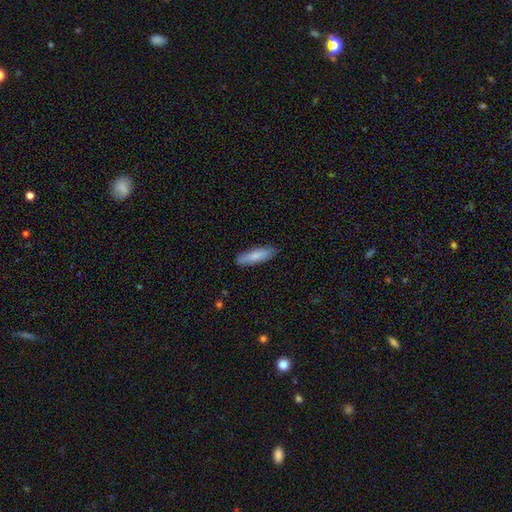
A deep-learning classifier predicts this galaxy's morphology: A smooth galaxy with no disk features (81%) that is cigar-shaped (64%).

Vote fractions:
- Smooth or featured? smooth: 81% / featured or disk: 14% / star or artifact: 6%
- How rounded? cigar-shaped: 64% / in between: 34% / round: 2%
- Merging? none: 85% / minor disturbance: 12% / major disturbance: 2% / merger: 1%